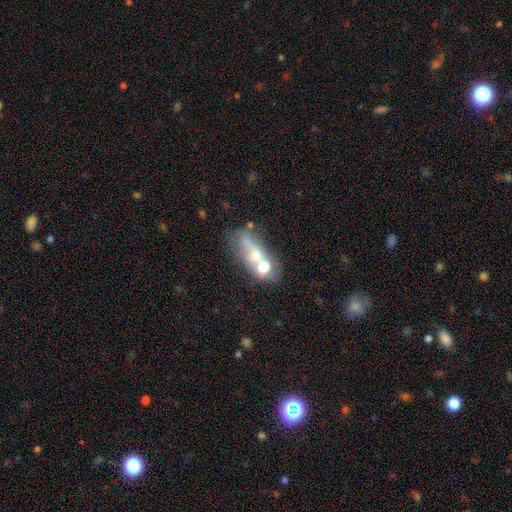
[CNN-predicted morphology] smooth_or_featured: smooth (p=0.49) [alt: featured or disk p=0.35]
merging: merger (p=0.44) [alt: none p=0.28]